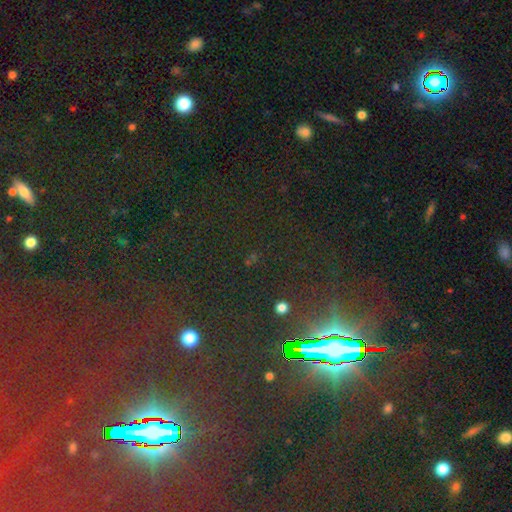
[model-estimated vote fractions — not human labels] Overall: star or artifact (83%).